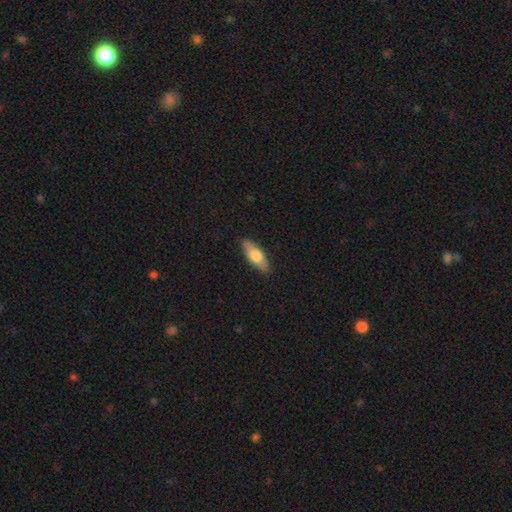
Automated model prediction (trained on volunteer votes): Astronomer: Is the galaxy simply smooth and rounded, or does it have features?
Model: smooth — 68%.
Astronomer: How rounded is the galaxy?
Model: in between — 67%.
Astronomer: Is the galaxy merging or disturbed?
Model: none — 89%.